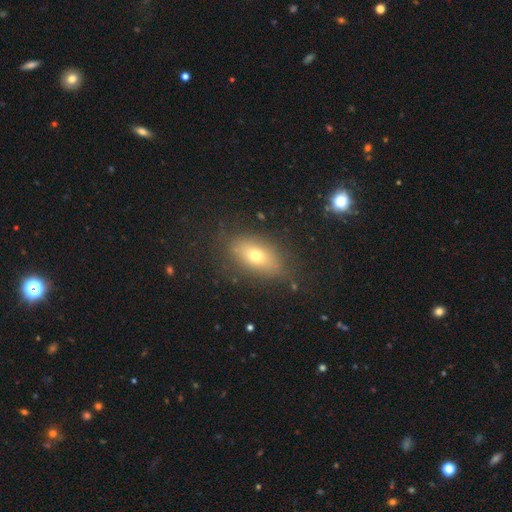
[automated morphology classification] Overall: smooth (66%). How rounded: in between (84%). Merging: none (78%).